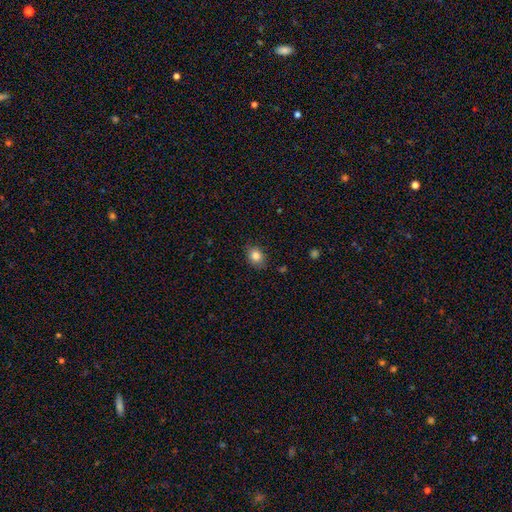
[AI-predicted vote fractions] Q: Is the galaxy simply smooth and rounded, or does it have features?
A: smooth — 84%.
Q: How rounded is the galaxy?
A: round — 58%.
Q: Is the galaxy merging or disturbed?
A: none — 83%.